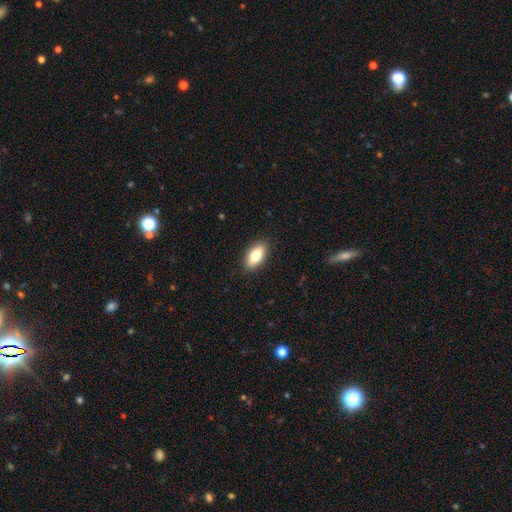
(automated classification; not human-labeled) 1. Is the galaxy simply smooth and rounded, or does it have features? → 75% smooth, 18% featured or disk, 7% star or artifact.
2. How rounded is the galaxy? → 87% in between, 9% cigar-shaped, 4% round.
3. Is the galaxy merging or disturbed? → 90% none, 8% minor disturbance, 2% major disturbance, 1% merger.